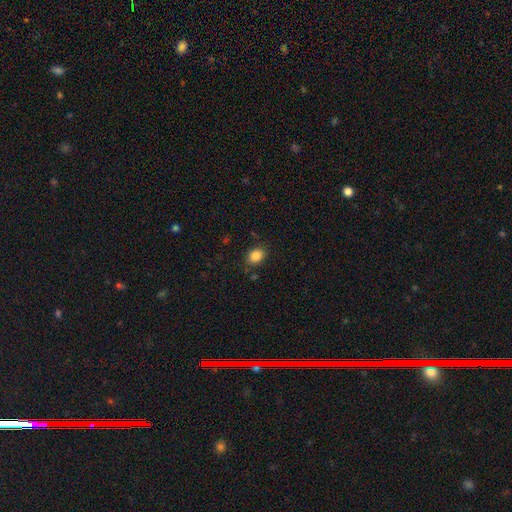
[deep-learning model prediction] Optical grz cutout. It shows a smooth galaxy with no disk features (86%) that is in between round and cigar-shaped (61%). Merging: none (84%).